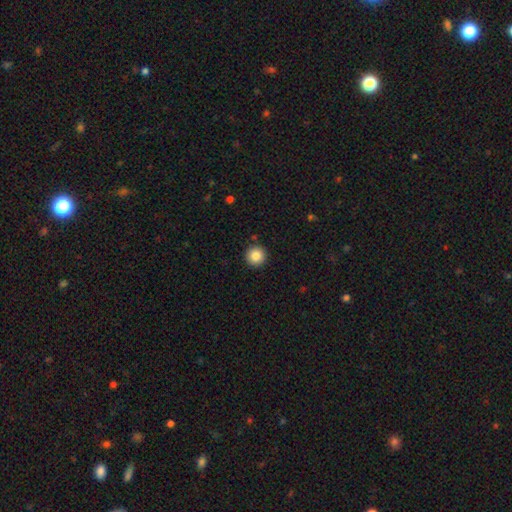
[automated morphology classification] Smooth or featured? Predicted: smooth (p=0.85). How rounded? Predicted: round (p=0.96). Merging? Predicted: none (p=0.92).